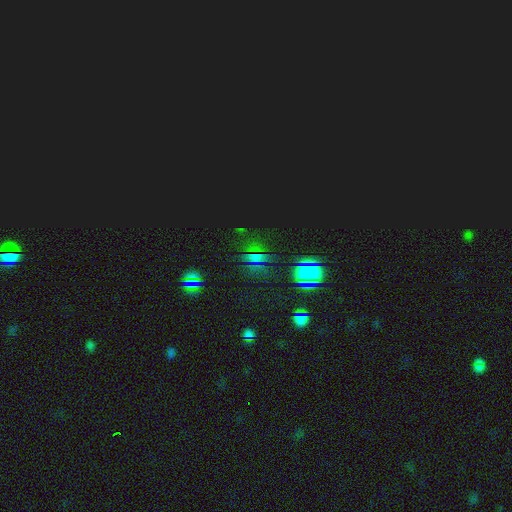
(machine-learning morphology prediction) Overall: star or artifact (75%).